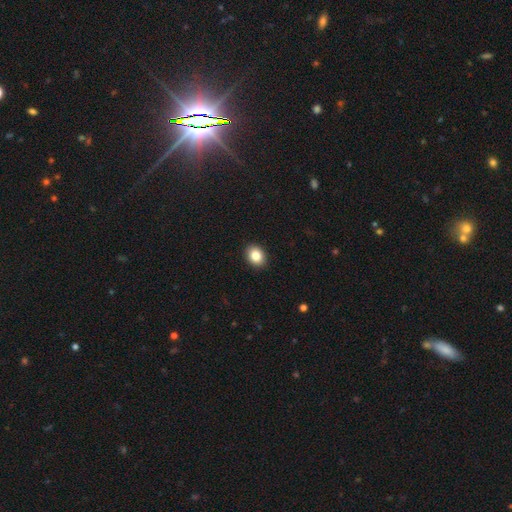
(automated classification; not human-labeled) Overall: smooth (85%). How rounded: in between (57%; round 42%). Merging: none (91%).